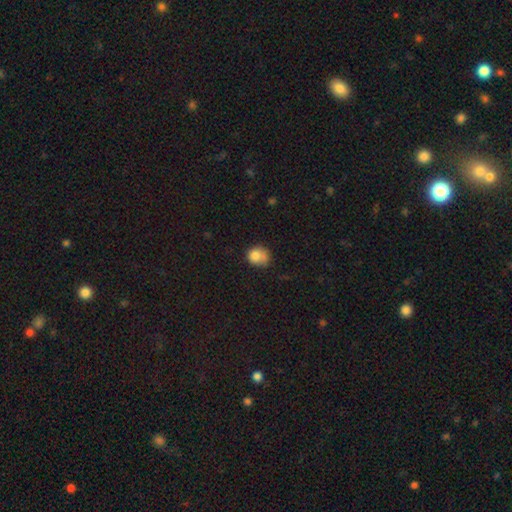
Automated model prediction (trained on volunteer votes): A smooth galaxy with no disk features (80%) that is round (66%). Merging: none (42%).